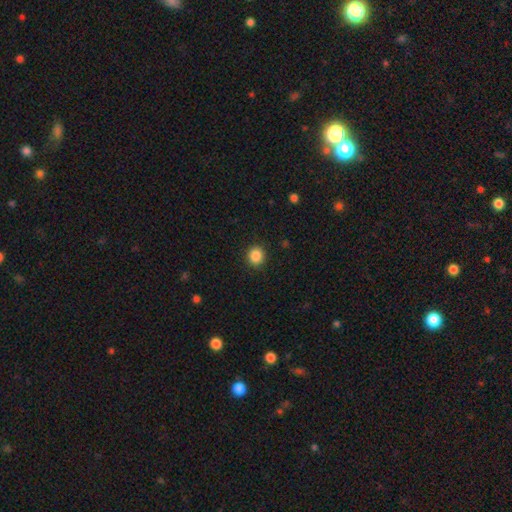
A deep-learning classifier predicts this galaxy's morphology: type=smooth (87%); roundness=round (85%); merging=none (91%).